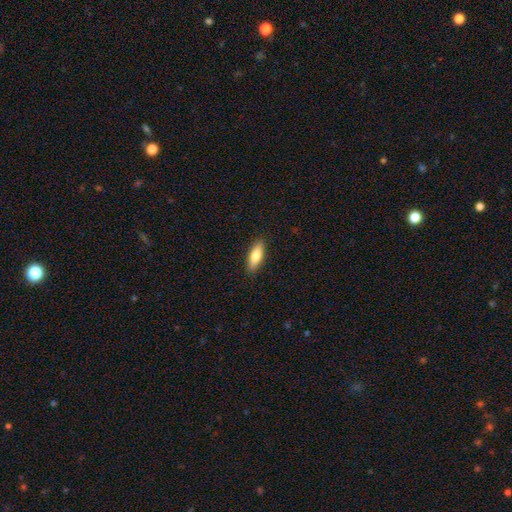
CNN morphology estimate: Smooth or featured? smooth (80%)
How rounded? in between (61%)
Merging? none (89%)